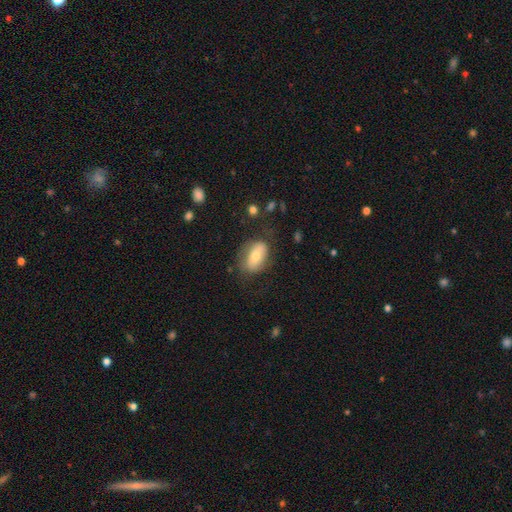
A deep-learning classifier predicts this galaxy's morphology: The model was most divided on "smooth or featured": smooth: 61%, featured or disk: 32%, star or artifact: 7%. More confident: how rounded — in between (87%); merging — none (66%).